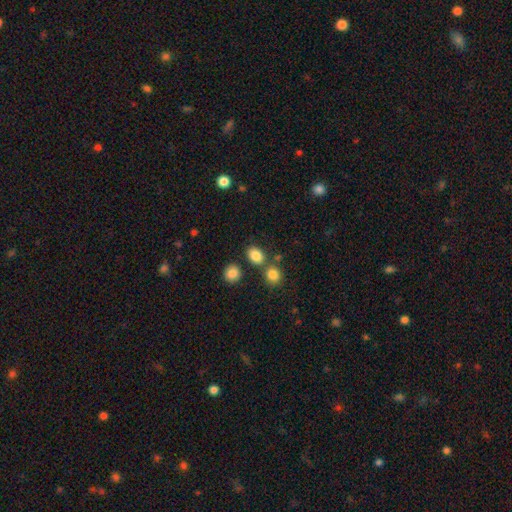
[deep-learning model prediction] This is clearly a smooth galaxy (84%). How rounded: likely in between (61%). Merging: likely none (70%).